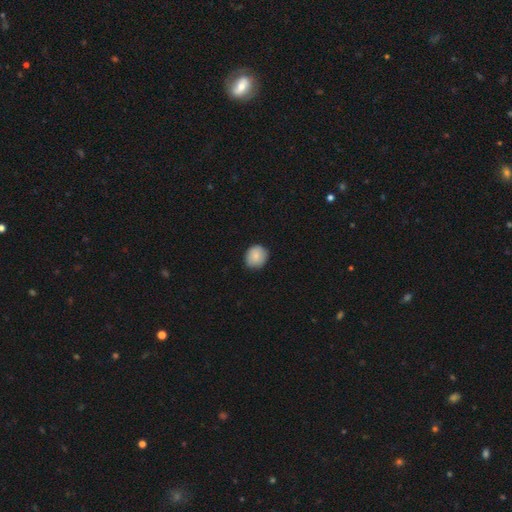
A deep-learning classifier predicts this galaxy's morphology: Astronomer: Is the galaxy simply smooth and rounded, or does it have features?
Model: smooth — 86%.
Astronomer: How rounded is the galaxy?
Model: round — 85%.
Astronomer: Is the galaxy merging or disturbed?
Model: none — 86%.